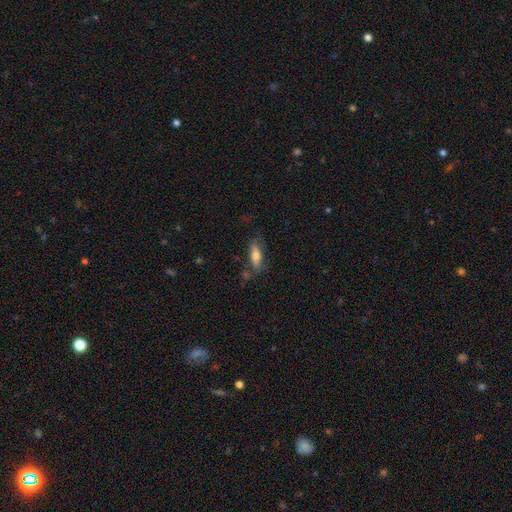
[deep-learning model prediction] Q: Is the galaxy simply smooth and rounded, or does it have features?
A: smooth — 67%.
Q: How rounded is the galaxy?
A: in between — 55%.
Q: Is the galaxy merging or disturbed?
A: none — 63%.